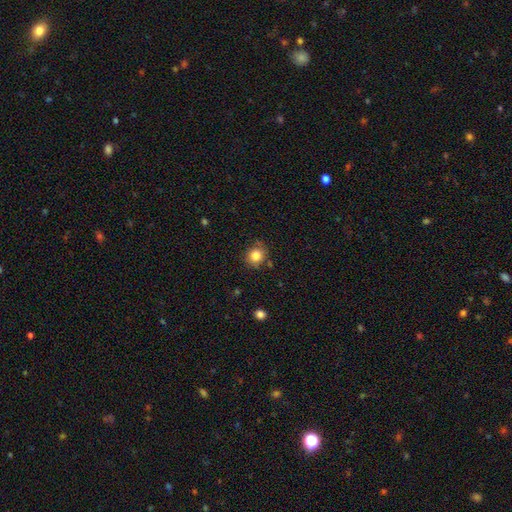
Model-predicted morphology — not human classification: Smooth or featured?
  - smooth: 83% *
  - star or artifact: 11%
  - featured or disk: 6%
How rounded?
  - round: 82% *
  - in between: 17%
  - cigar-shaped: 1%
Merging?
  - none: 79% *
  - minor disturbance: 14%
  - merger: 3%
  - major disturbance: 3%